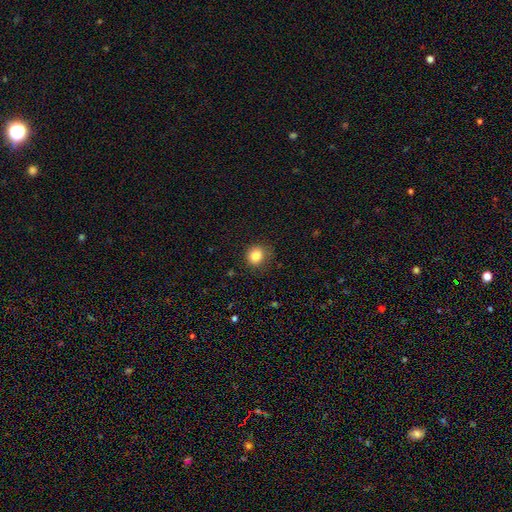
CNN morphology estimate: smooth 84%, star or artifact 11%, featured or disk 5%. Down the decision tree: how rounded — round (82%); merging — none (80%).